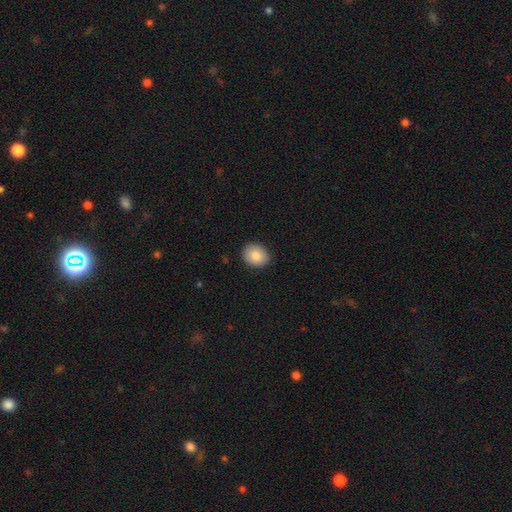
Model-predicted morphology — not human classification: A smooth galaxy with no disk features (84%) that is round (59%).

Vote fractions:
- Smooth or featured? smooth: 84% / featured or disk: 8% / star or artifact: 7%
- How rounded? round: 59% / in between: 40% / cigar-shaped: 1%
- Merging? none: 88% / minor disturbance: 10% / major disturbance: 2% / merger: 1%